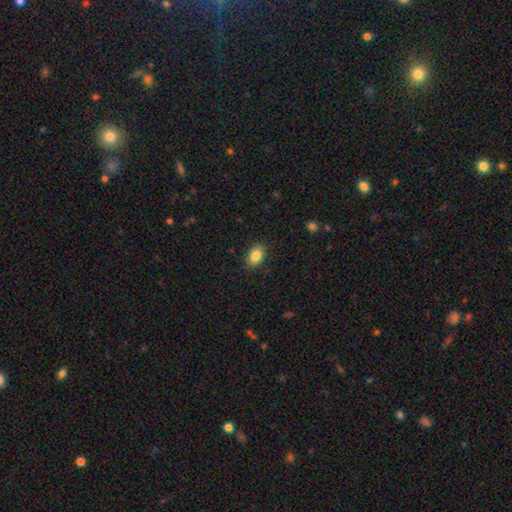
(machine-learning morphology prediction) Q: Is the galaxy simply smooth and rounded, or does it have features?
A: smooth — 85%.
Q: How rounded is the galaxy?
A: in between — 83%.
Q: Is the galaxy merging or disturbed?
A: none — 86%.